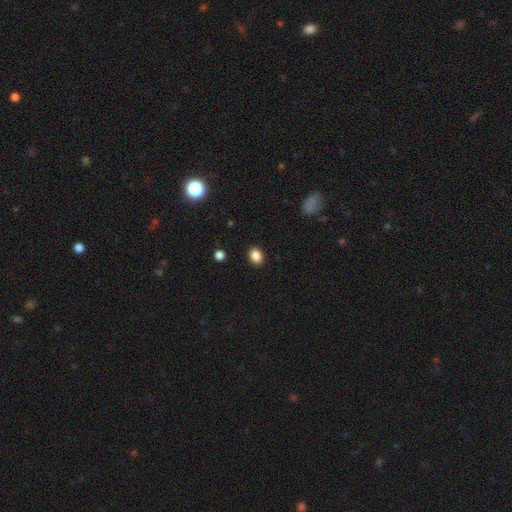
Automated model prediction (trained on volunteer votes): Smooth or featured: smooth — 87% (star or artifact — 10%)
How rounded: in between — 60% (round — 39%)
Merging: none — 90% (minor disturbance — 7%)